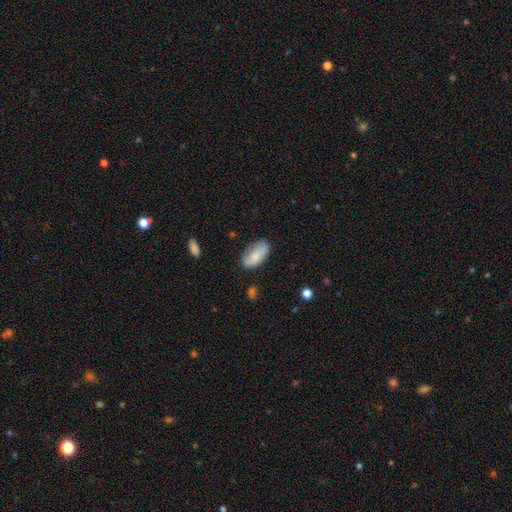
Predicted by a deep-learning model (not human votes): smooth-or-featured: smooth: 71% | featured or disk: 22% | star or artifact: 7%
  how-rounded: in between: 93% | cigar-shaped: 4% | round: 3%
  merging: none: 68% | minor disturbance: 24% | major disturbance: 6% | merger: 2%